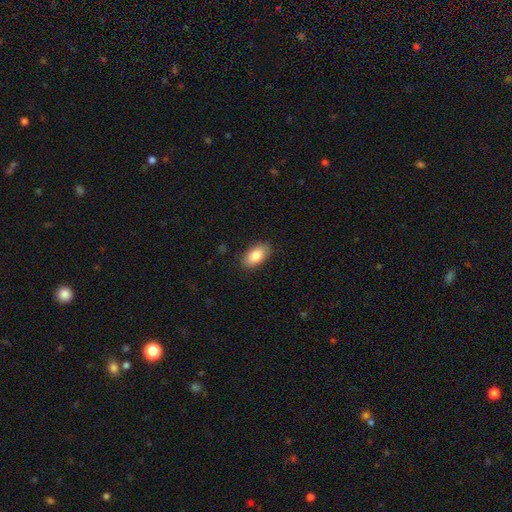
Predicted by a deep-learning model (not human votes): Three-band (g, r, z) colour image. It shows a smooth galaxy with no disk features (84%) that is in between round and cigar-shaped (92%). Merging: none (87%).